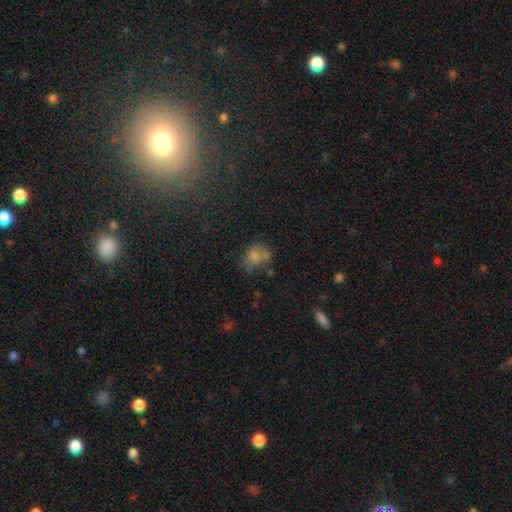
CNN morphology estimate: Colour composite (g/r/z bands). It shows a smooth galaxy with no disk features (68%) that is in between round and cigar-shaped (61%). Merging: none (40%).